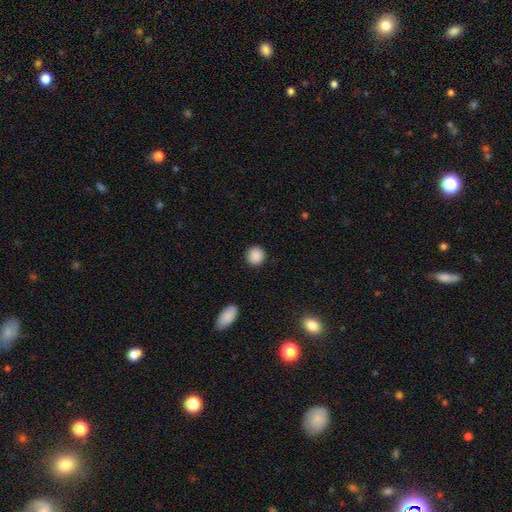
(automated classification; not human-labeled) smooth-or-featured: smooth: 89% | star or artifact: 9% | featured or disk: 3%
  how-rounded: round: 91% | in between: 8% | cigar-shaped: 1%
  merging: none: 91% | minor disturbance: 6% | major disturbance: 2% | merger: 1%